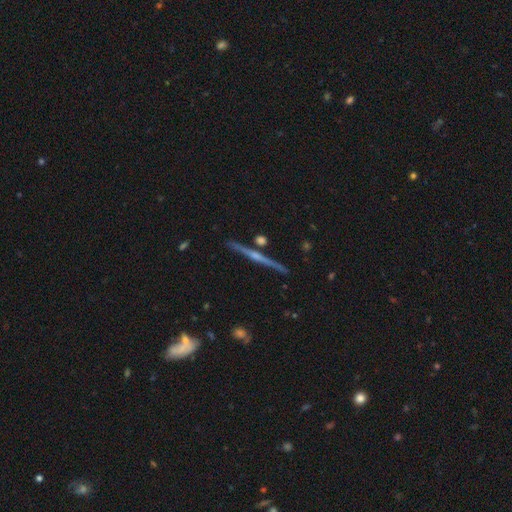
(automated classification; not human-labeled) smooth-or-featured: featured or disk: 81% | smooth: 13% | star or artifact: 6%
  disk-edge-on: yes: 98% | no: 2%
    edge-on-bulge: rounded: 72% | none: 20% | boxy: 9%
  merging: none: 90% | minor disturbance: 6% | merger: 3% | major disturbance: 1%